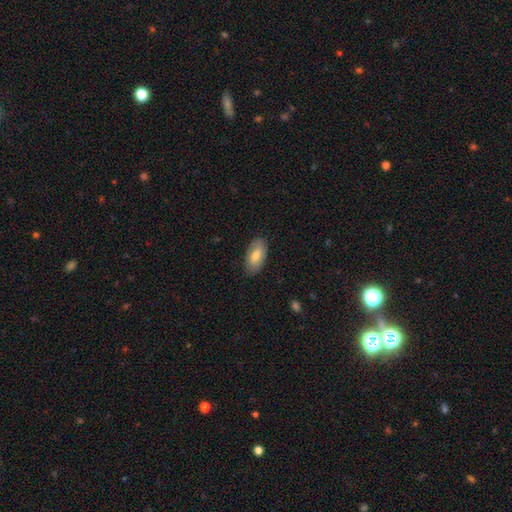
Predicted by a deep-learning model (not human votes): smooth_or_featured: smooth (p=0.75) [alt: featured or disk p=0.19]
how_rounded: in between (p=0.91) [alt: cigar-shaped p=0.06]
merging: none (p=0.86) [alt: minor disturbance p=0.10]